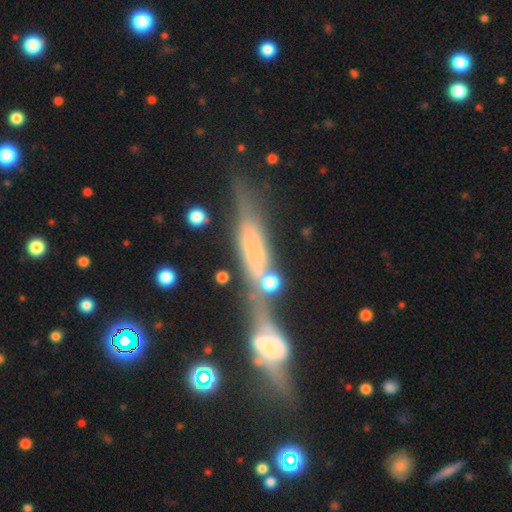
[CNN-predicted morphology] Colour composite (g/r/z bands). It shows a featured or disk galaxy (66%) viewed edge-on (83%) with a boxy central bulge (35%, tied with rounded). Merging: none (48%).